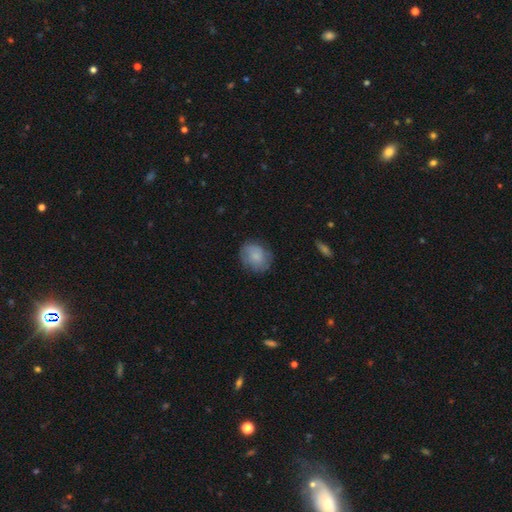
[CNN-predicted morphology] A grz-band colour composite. It shows a smooth galaxy with no disk features (70%) that is round (62%). Merging: none (74%).